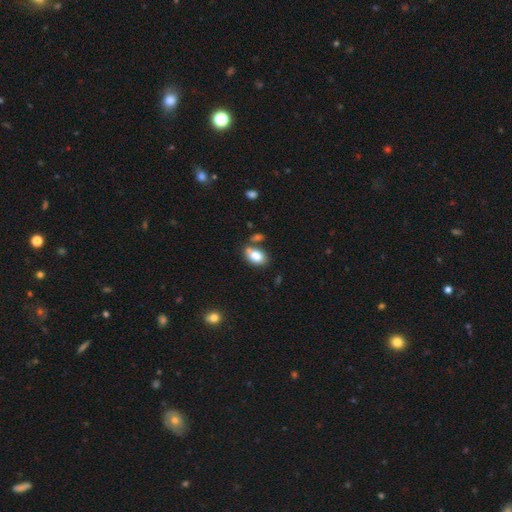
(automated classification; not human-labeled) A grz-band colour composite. It shows a smooth galaxy with no disk features (82%) that is in between round and cigar-shaped (87%). Merging: none (56%).